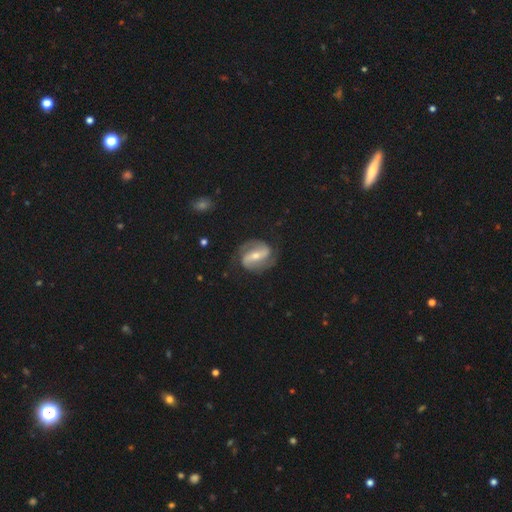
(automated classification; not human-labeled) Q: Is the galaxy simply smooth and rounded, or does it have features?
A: featured or disk — 84%.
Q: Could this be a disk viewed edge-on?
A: no — 96%.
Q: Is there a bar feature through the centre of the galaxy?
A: strong — 56%.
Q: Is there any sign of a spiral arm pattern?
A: yes — 94%.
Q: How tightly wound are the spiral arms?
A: medium — 46%.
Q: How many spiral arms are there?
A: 2 — 91%.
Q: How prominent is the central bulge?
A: small — 49%.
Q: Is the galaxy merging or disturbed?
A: none — 78%.